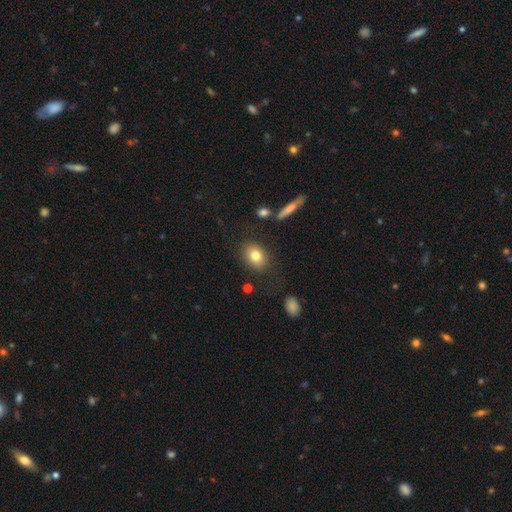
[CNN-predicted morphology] Smooth or featured? Predicted: smooth (p=0.79). How rounded? Predicted: in between (p=0.59). Merging? Predicted: none (p=0.81).